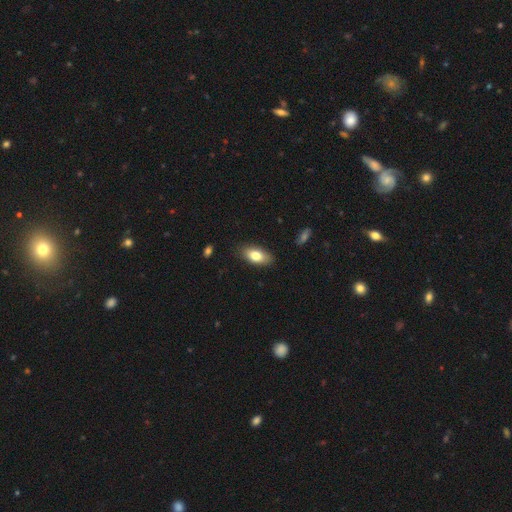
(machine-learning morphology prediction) Overall: smooth (79%). How rounded: in between (90%). Merging: none (85%).